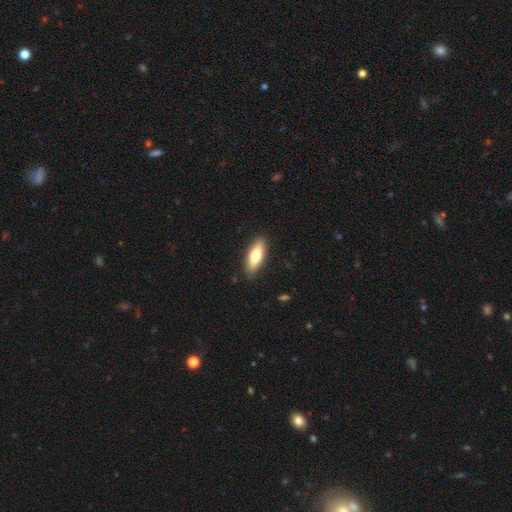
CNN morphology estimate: smooth 73%, featured or disk 21%, star or artifact 6%. Down the decision tree: how rounded — in between (61%); merging — none (88%).